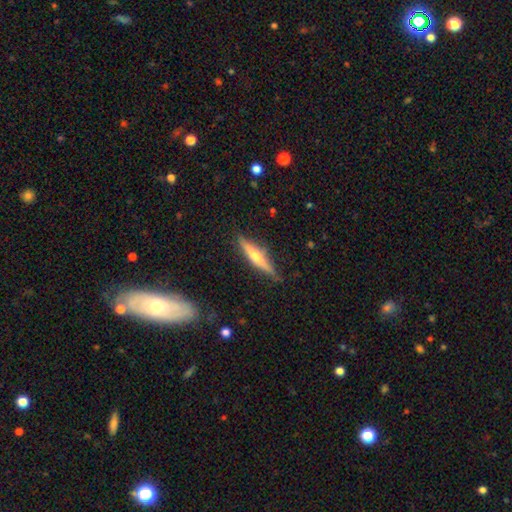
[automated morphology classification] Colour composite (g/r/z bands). It shows a featured or disk galaxy (61%) viewed edge-on (95%) with a rounded central bulge (85%). Merging: none (83%).